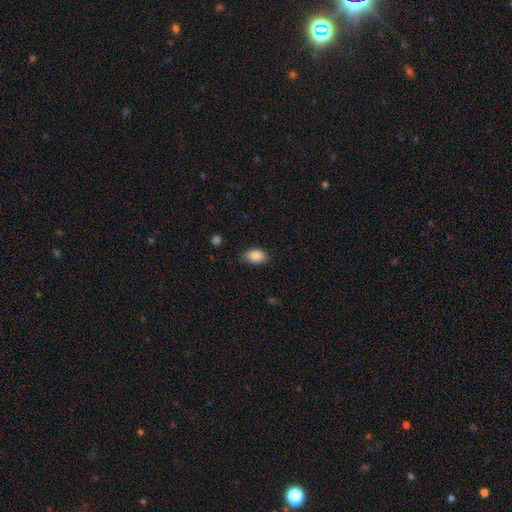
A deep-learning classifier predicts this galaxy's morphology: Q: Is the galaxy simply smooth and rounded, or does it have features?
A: smooth — 88%.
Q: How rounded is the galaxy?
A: in between — 90%.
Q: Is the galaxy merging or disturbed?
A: none — 75%.